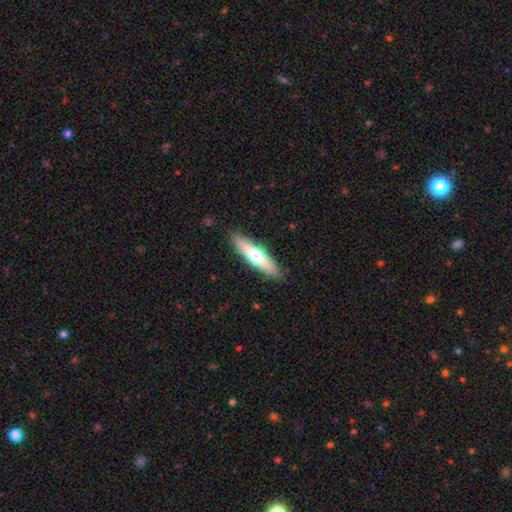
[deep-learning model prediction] Morphology: type=smooth (47%, tied with featured or disk); merging=none (89%).